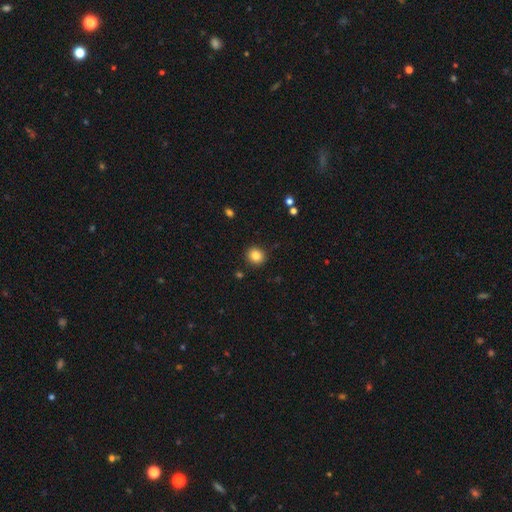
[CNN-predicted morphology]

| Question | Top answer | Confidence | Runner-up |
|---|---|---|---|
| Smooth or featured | smooth | 84% | star or artifact (11%) |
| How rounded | round | 88% | in between (11%) |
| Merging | none | 91% | minor disturbance (6%) |